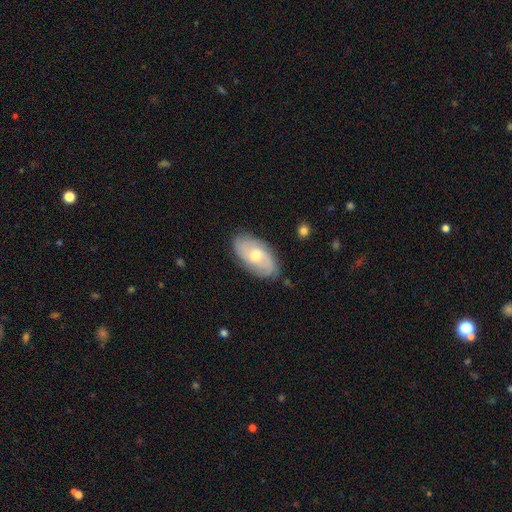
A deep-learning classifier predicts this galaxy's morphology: smooth-or-featured: featured or disk: 62% | smooth: 32% | star or artifact: 6%
  disk-edge-on: no: 92% | yes: 8%
    bar: no: 66% | weak: 29% | strong: 5%
    has-spiral-arms: yes: 83% | no: 17%
    bulge-size: moderate: 60% | small: 36% | large: 2% | none: 1% | dominant: 1%
  merging: none: 81% | minor disturbance: 15% | major disturbance: 3% | merger: 1%